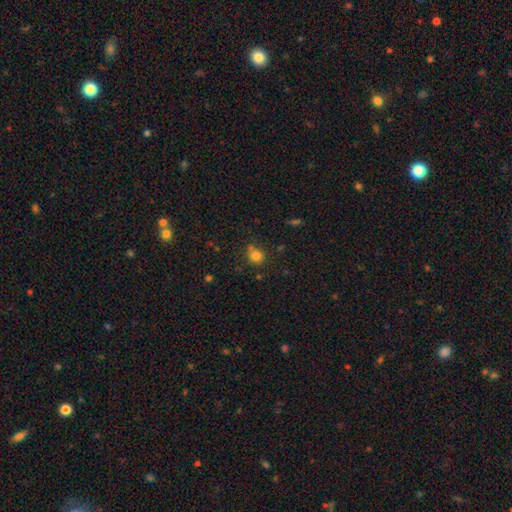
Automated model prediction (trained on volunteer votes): A smooth galaxy with no disk features (80%) that is round (83%).

Vote fractions:
- Smooth or featured? smooth: 80% / star or artifact: 14% / featured or disk: 6%
- How rounded? round: 83% / in between: 16% / cigar-shaped: 1%
- Merging? none: 66% / minor disturbance: 17% / merger: 13% / major disturbance: 5%